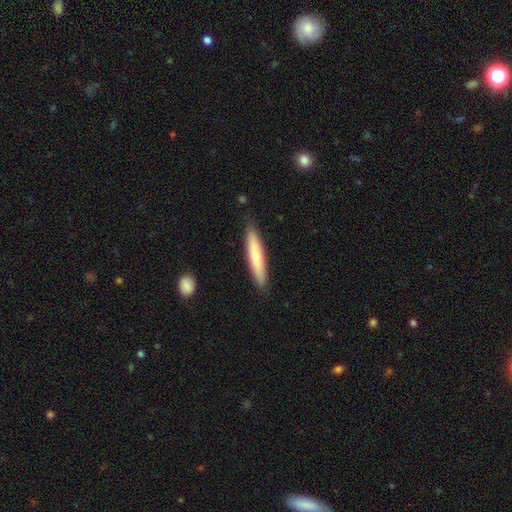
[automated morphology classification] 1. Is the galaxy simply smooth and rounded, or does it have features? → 69% smooth, 26% featured or disk, 5% star or artifact.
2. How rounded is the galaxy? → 90% cigar-shaped, 8% in between, 1% round.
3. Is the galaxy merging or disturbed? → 87% none, 10% minor disturbance, 2% major disturbance, 1% merger.